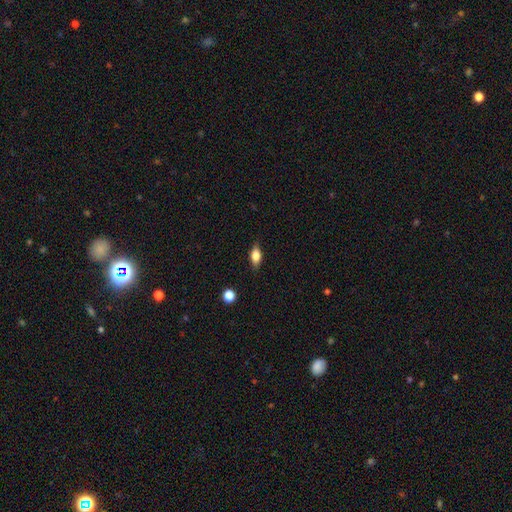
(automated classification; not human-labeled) Overall: smooth (73%). How rounded: in between (81%). Merging: none (83%).